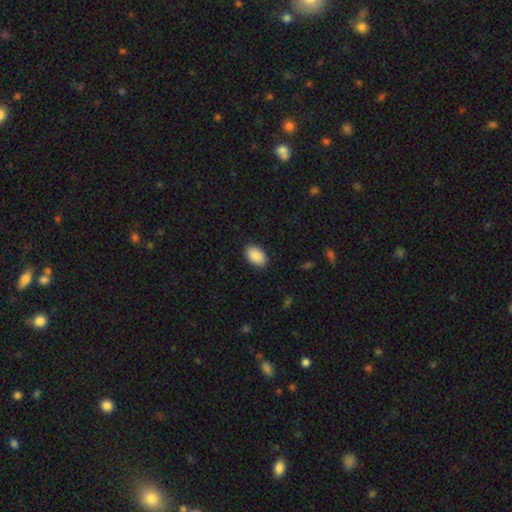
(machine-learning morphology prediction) Smooth or featured?
  - smooth: 91% *
  - star or artifact: 7%
  - featured or disk: 3%
How rounded?
  - in between: 91% *
  - round: 8%
  - cigar-shaped: 1%
Merging?
  - none: 89% *
  - minor disturbance: 8%
  - major disturbance: 2%
  - merger: 1%